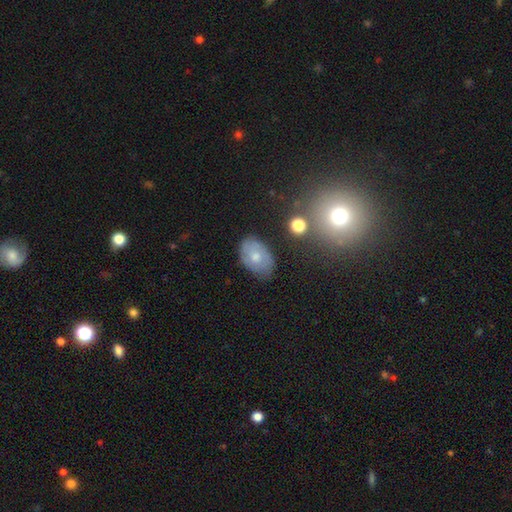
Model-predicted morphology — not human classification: A smooth galaxy with no disk features (58%) that is in between round and cigar-shaped (85%).

Vote fractions:
- Smooth or featured? smooth: 58% / featured or disk: 33% / star or artifact: 9%
- How rounded? in between: 85% / round: 13% / cigar-shaped: 1%
- Merging? none: 73% / minor disturbance: 20% / major disturbance: 5% / merger: 2%